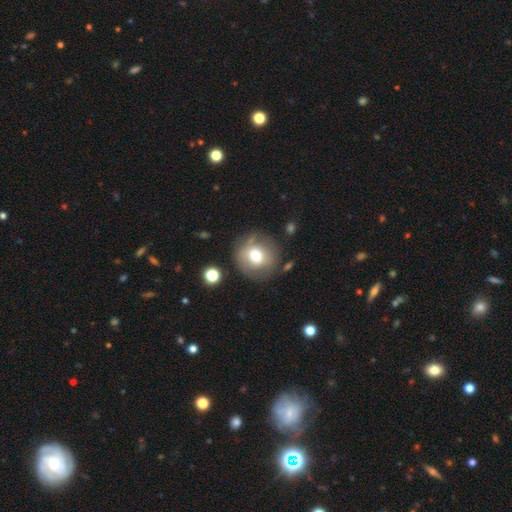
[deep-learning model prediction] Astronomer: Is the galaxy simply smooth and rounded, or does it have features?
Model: smooth — 67%.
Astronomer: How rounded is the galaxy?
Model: round — 89%.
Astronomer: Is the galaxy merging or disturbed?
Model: none — 74%.